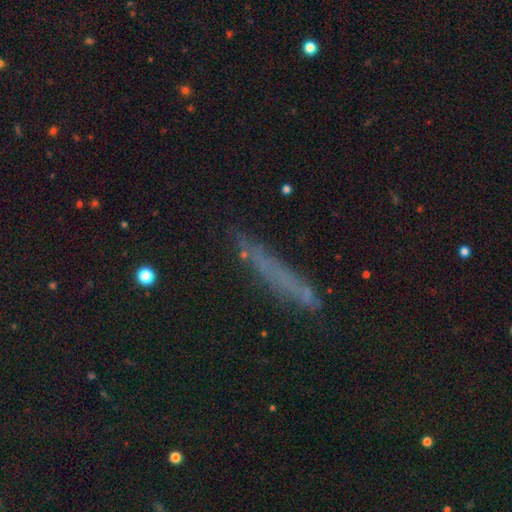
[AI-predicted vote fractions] A smooth galaxy with no disk features (50%) that is cigar-shaped (92%).

Vote fractions:
- Smooth or featured? smooth: 50% / featured or disk: 33% / star or artifact: 17%
- How rounded? cigar-shaped: 92% / in between: 6% / round: 2%
- Merging? none: 72% / minor disturbance: 18% / major disturbance: 6% / merger: 3%